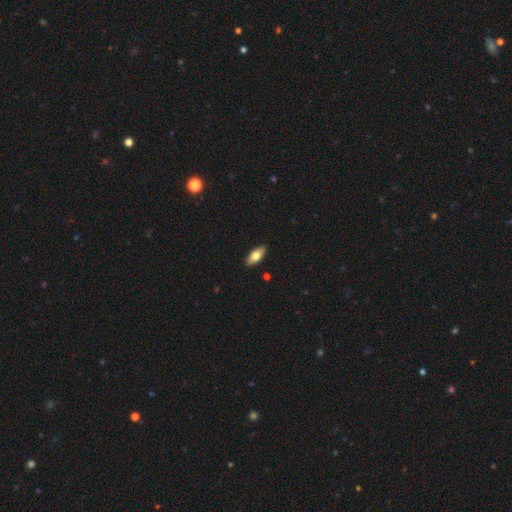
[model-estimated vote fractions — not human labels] Smooth or featured?
  - smooth: 72% *
  - featured or disk: 22%
  - star or artifact: 6%
How rounded?
  - in between: 83% *
  - cigar-shaped: 14%
  - round: 3%
Merging?
  - none: 90% *
  - minor disturbance: 8%
  - major disturbance: 2%
  - merger: 1%